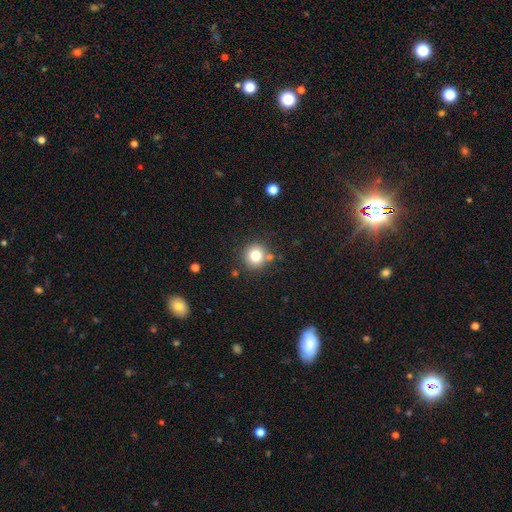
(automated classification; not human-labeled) Q: Smooth or featured?
A: smooth (78%); runner-up: star or artifact (12%)
Q: How rounded?
A: round (91%); runner-up: in between (8%)
Q: Merging?
A: none (81%); runner-up: minor disturbance (9%)